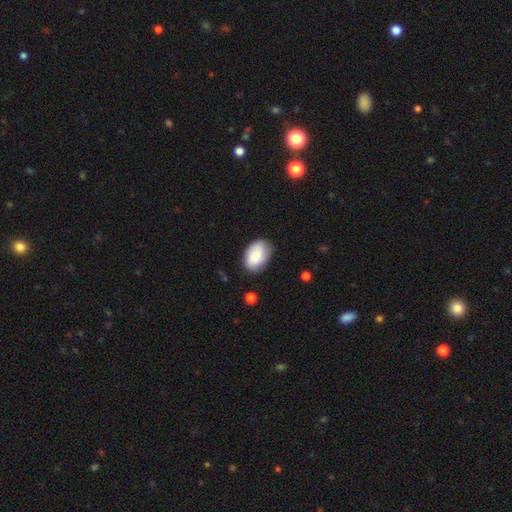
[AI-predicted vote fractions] Overall: smooth (81%). How rounded: in between (86%). Merging: none (77%).